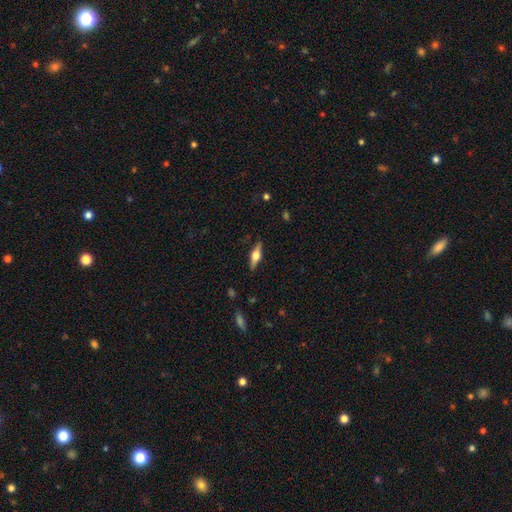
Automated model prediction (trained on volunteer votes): A featured or disk galaxy (67%) viewed edge-on (96%) with a rounded central bulge (94%).

Vote fractions:
- Smooth or featured? featured or disk: 67% / smooth: 27% / star or artifact: 6%
- Edge-on disk? yes: 96% / no: 4%
- Edge-on bulge? rounded: 94% / boxy: 5% / none: 1%
- Merging? none: 88% / minor disturbance: 9% / major disturbance: 2% / merger: 1%